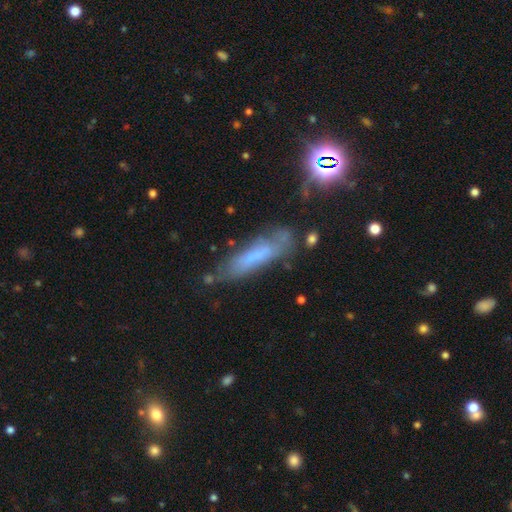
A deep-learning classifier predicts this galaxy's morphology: smooth 47%, featured or disk 39%, star or artifact 14%. Down the decision tree: merging — none (58%).